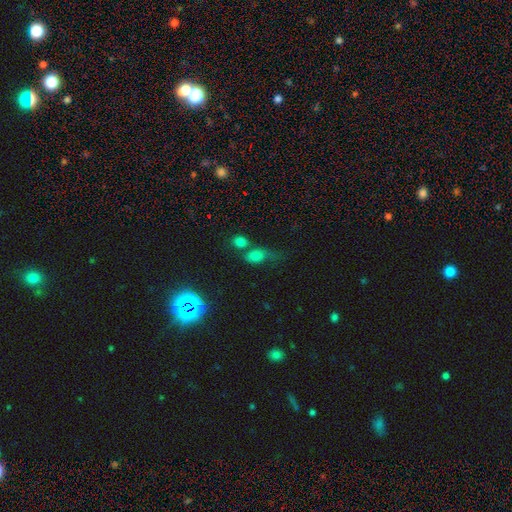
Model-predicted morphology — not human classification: A smooth galaxy with no disk features (70%) that is in between round and cigar-shaped (72%). Merging: none (38%).